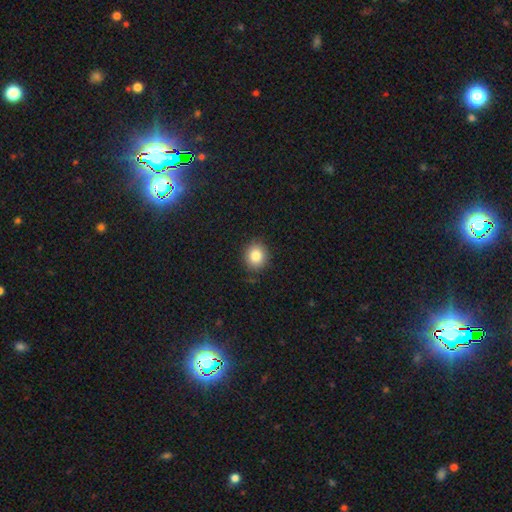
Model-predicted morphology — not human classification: A smooth galaxy with no disk features (84%) that is round (79%). Merging: none (87%).